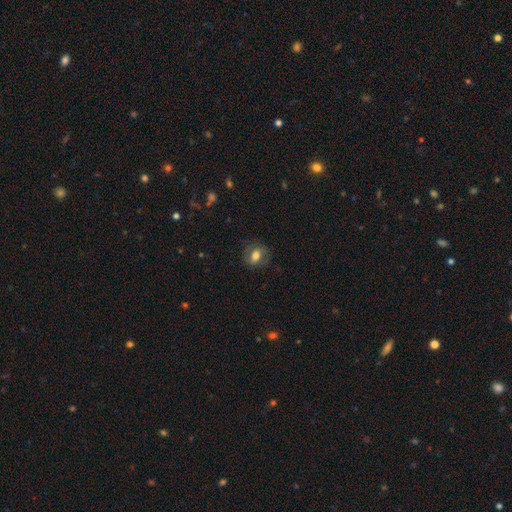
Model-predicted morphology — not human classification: This appears to be a smooth galaxy with no disk features (67%) that is in between round and cigar-shaped (64%). Merging: none (76%).